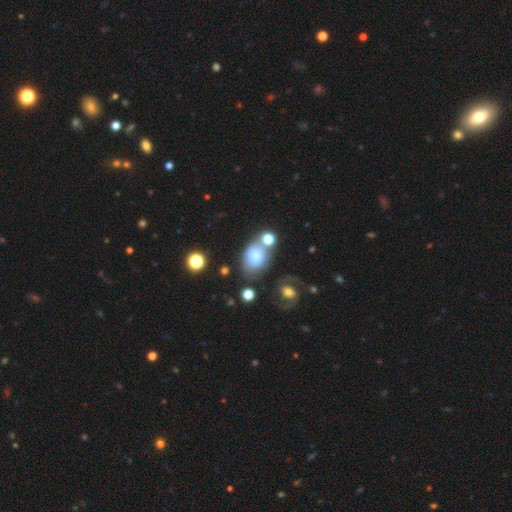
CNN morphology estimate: Smooth or featured: smooth — 73% (featured or disk — 16%)
How rounded: in between — 74% (round — 25%)
Merging: none — 50% (merger — 21%)